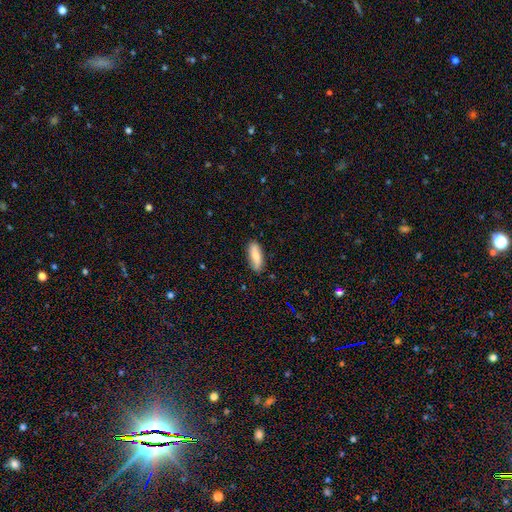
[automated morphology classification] This appears to be a smooth galaxy with no disk features (79%) that is in between round and cigar-shaped (63%). Merging: none (85%).